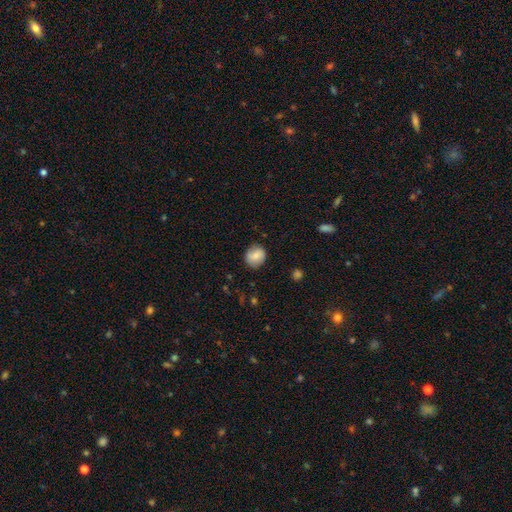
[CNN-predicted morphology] smooth-or-featured: smooth: 79% | featured or disk: 14% | star or artifact: 8%
  how-rounded: round: 79% | in between: 20% | cigar-shaped: 1%
  merging: none: 81% | minor disturbance: 14% | major disturbance: 3% | merger: 1%